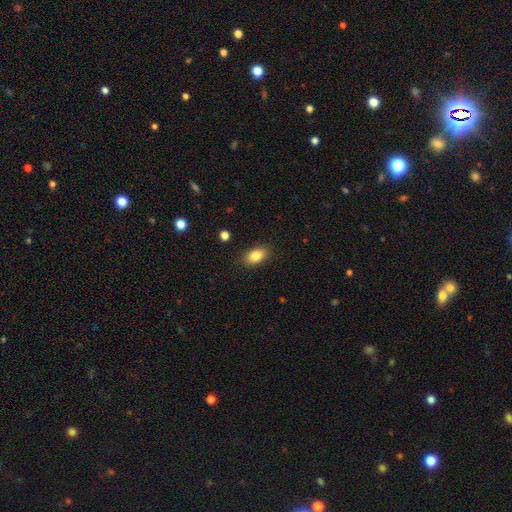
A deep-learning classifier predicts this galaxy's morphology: smooth 84%, star or artifact 8%, featured or disk 8%. Down the decision tree: how rounded — in between (88%); merging — none (87%).